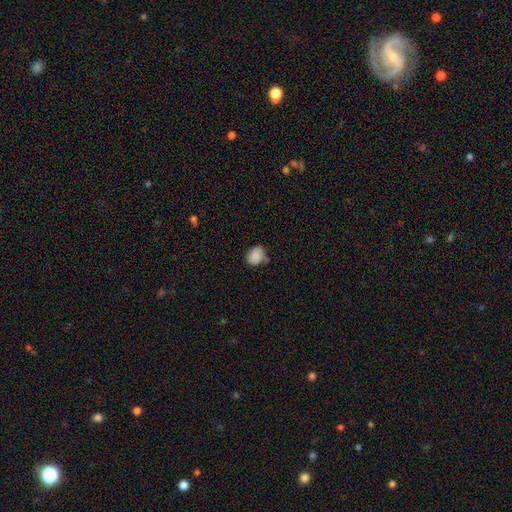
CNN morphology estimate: type=smooth (84%); roundness=in between (59%); merging=none (64%).